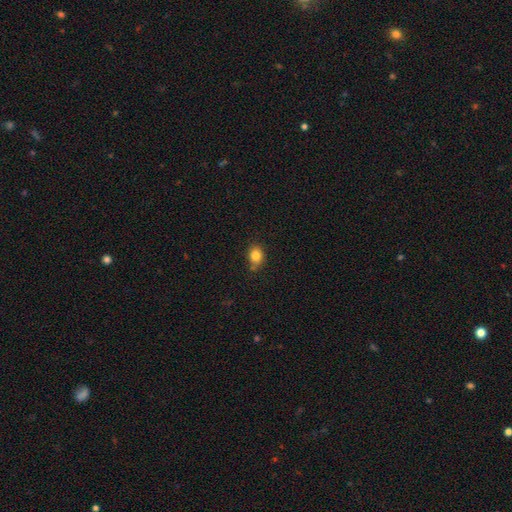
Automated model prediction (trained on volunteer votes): Morphology: type=smooth (84%); roundness=round (52%); merging=none (72%).